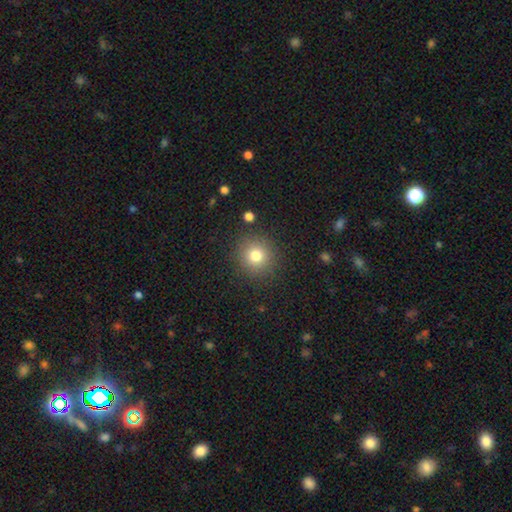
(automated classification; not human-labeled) smooth_or_featured: smooth (p=0.78) [alt: star or artifact p=0.14]
how_rounded: round (p=0.92) [alt: in between p=0.07]
merging: none (p=0.88) [alt: minor disturbance p=0.07]